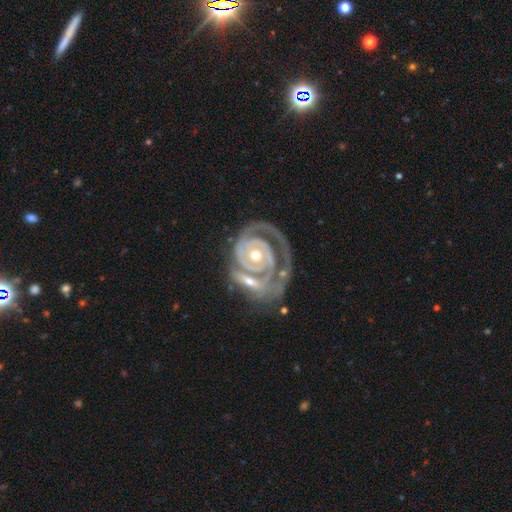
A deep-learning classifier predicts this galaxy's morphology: type=featured or disk (89%); edge-on=no (97%); bar=no (72%); spiral arms=yes (95%); winding=tight (77%); arm count=2 (38%); bulge=moderate (59%); merging=none (37%).